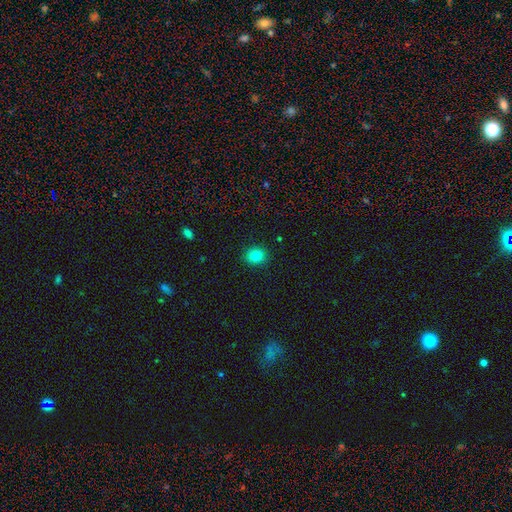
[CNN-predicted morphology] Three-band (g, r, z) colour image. It shows a smooth galaxy with no disk features (84%) that is round (57%). Merging: none (90%).